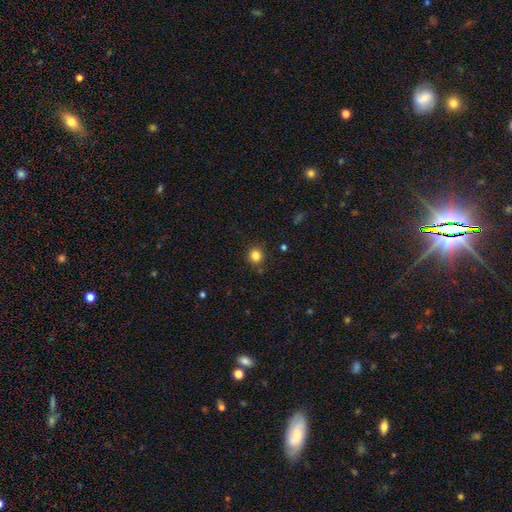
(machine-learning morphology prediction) A smooth galaxy with no disk features (83%) that is round (92%). Merging: none (88%).